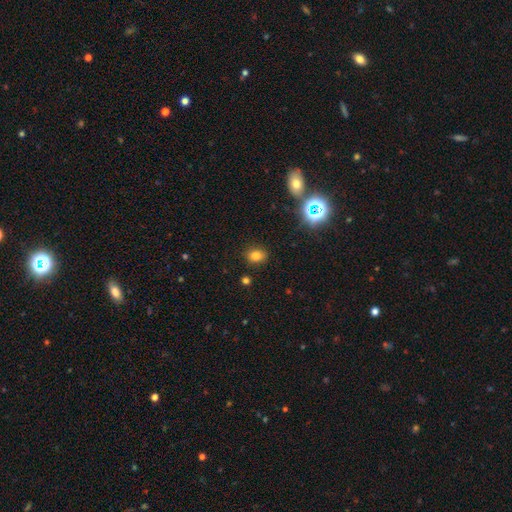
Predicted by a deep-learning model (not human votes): Smooth or featured?
  - smooth: 78% *
  - star or artifact: 16%
  - featured or disk: 6%
How rounded?
  - in between: 57% *
  - round: 42%
  - cigar-shaped: 1%
Merging?
  - none: 86% *
  - minor disturbance: 10%
  - major disturbance: 3%
  - merger: 2%